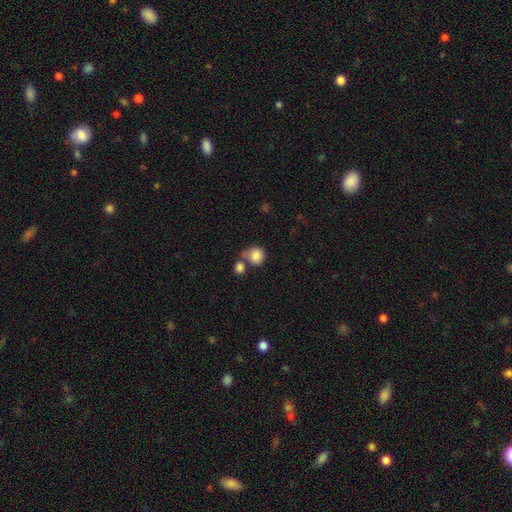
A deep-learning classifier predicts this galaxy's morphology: A smooth galaxy with no disk features (85%) that is round (84%). Merging: none (48%).